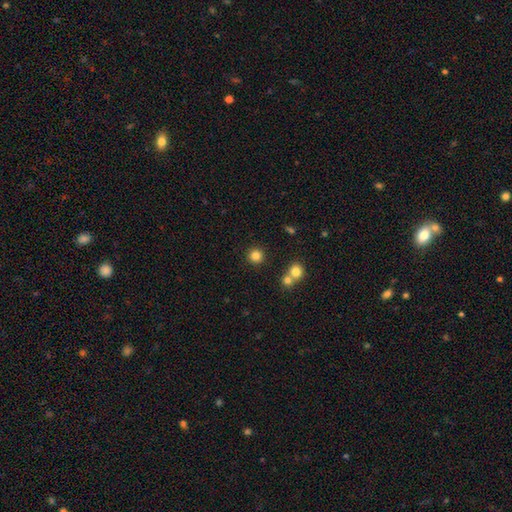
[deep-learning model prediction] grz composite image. It shows a smooth galaxy with no disk features (83%) that is round (94%). Merging: none (87%).